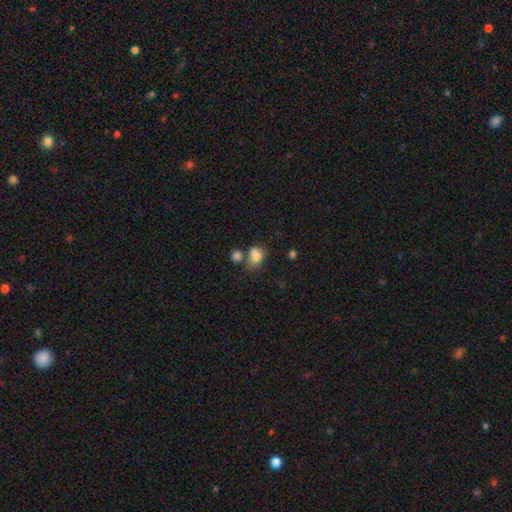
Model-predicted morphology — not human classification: Smooth or featured? smooth (78%)
How rounded? in between (65%)
Merging? merger (36%)